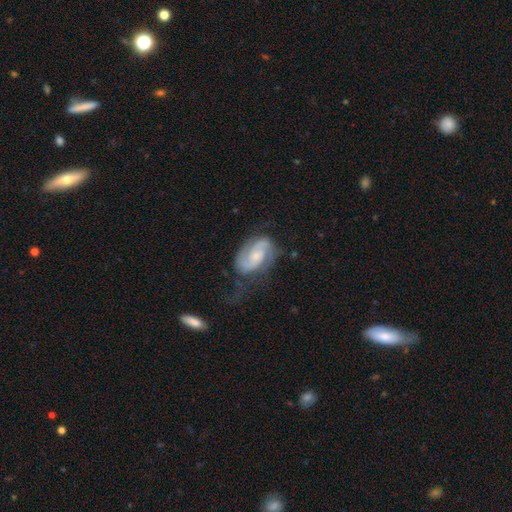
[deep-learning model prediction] smooth-or-featured: featured or disk: 77% | smooth: 16% | star or artifact: 7%
  disk-edge-on: no: 97% | yes: 3%
    bar: no: 45% | weak: 43% | strong: 11%
    has-spiral-arms: yes: 94% | no: 6%
      spiral-winding: medium: 46% | tight: 33% | loose: 21%
      spiral-arm-count: 2: 82% | can't tell: 9% | 1: 4% | 3: 3% | 4: 1% | more than 4: 1%
    bulge-size: small: 43% | moderate: 39% | none: 11% | large: 6% | dominant: 1%
  merging: none: 53% | minor disturbance: 25% | major disturbance: 20% | merger: 3%